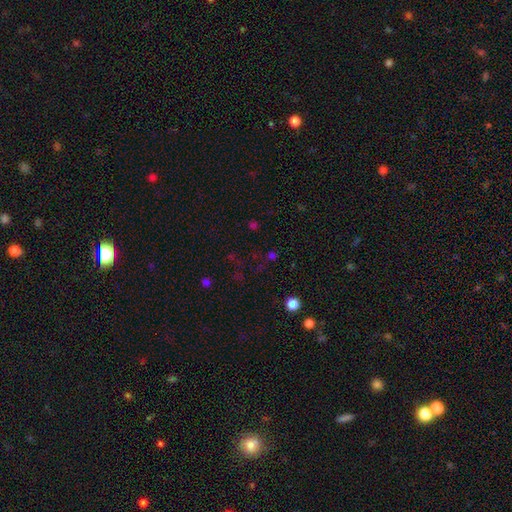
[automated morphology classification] This appears to be a star or artifact, not a galaxy (54%).